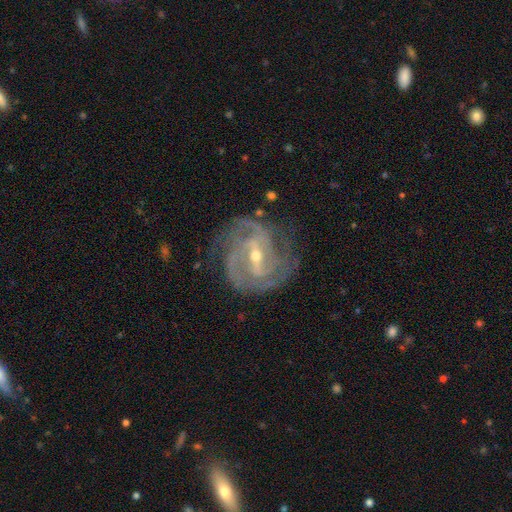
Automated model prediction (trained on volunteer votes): A featured or disk galaxy (91%) with a strong bar (47%), 3 (34%) tight (52%) spiral arms (97%) and a small central bulge (55%).

Vote fractions:
- Smooth or featured? featured or disk: 91% / star or artifact: 5% / smooth: 4%
- Edge-on disk? no: 97% / yes: 3%
- Bar? strong: 47% / weak: 40% / no: 13%
- Spiral arms? yes: 97% / no: 3%
- Spiral winding? tight: 52% / medium: 40% / loose: 8%
- Spiral arm count? 3: 34% / 2: 27% / 4: 15% / can't tell: 14% / more than 4: 5% / 1: 5%
- Bulge size? small: 55% / moderate: 42% / large: 1% / none: 1% / dominant: 1%
- Merging? none: 73% / minor disturbance: 18% / major disturbance: 8% / merger: 1%